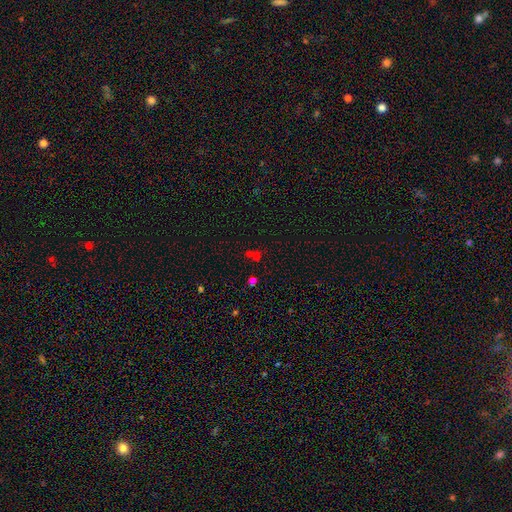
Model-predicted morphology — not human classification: star or artifact 47%, smooth 43%, featured or disk 11%.